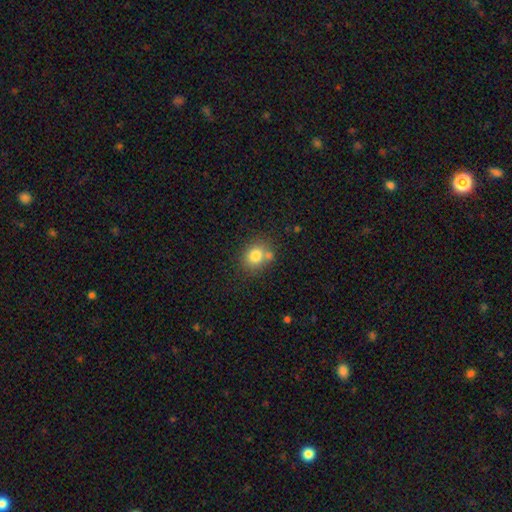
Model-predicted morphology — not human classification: This is clearly a smooth galaxy (80%). How rounded: likely round (69%). Merging: likely none (64%).